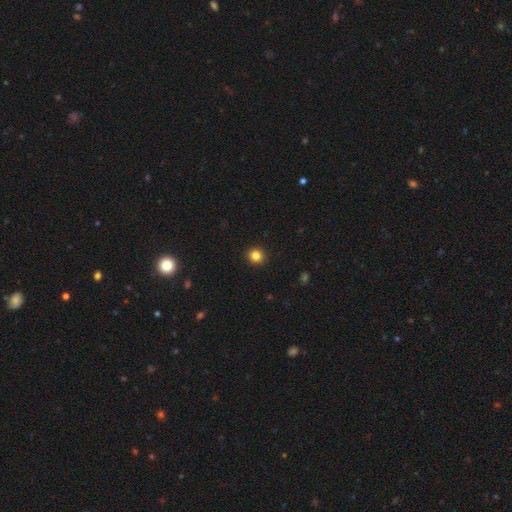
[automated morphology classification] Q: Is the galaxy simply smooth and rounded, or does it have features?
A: smooth — 84%.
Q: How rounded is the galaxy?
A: round — 91%.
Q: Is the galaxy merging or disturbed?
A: none — 93%.